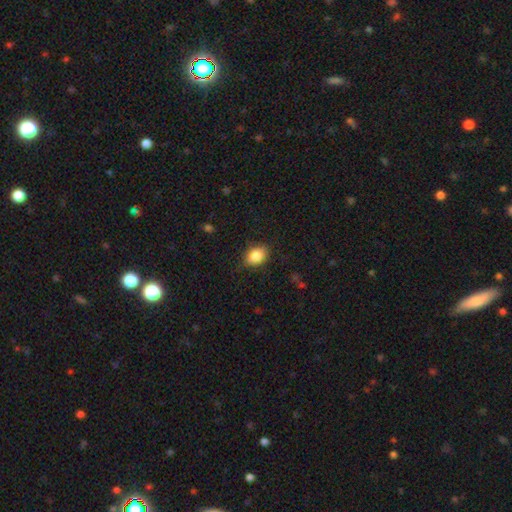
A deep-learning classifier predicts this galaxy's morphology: type=smooth (85%); roundness=in between (65%); merging=none (78%).